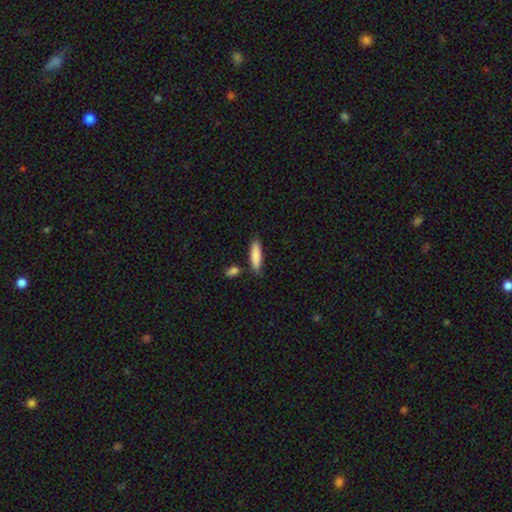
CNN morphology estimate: smooth-or-featured: smooth: 85% | featured or disk: 9% | star or artifact: 6%
  how-rounded: cigar-shaped: 65% | in between: 34% | round: 2%
  merging: none: 78% | minor disturbance: 14% | merger: 6% | major disturbance: 3%